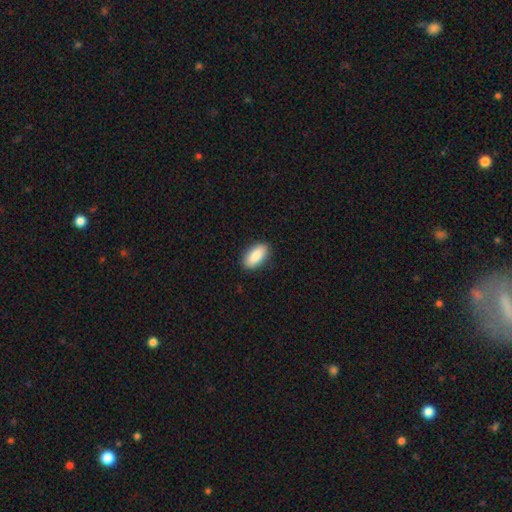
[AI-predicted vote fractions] This appears to be a smooth galaxy with no disk features (87%) that is in between round and cigar-shaped (91%). Merging: none (89%).